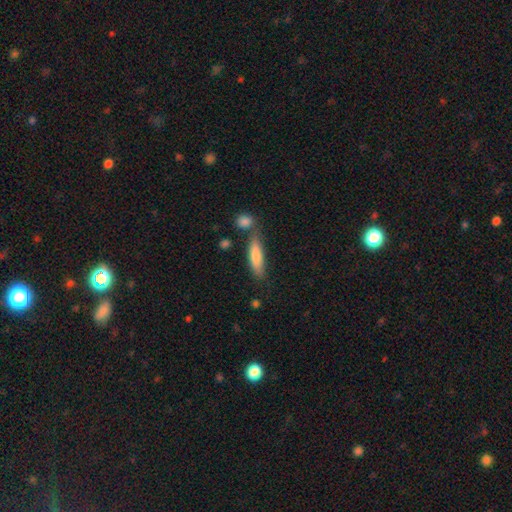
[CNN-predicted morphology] This appears to be a smooth galaxy with no disk features (76%) that is cigar-shaped (72%). Merging: none (64%).